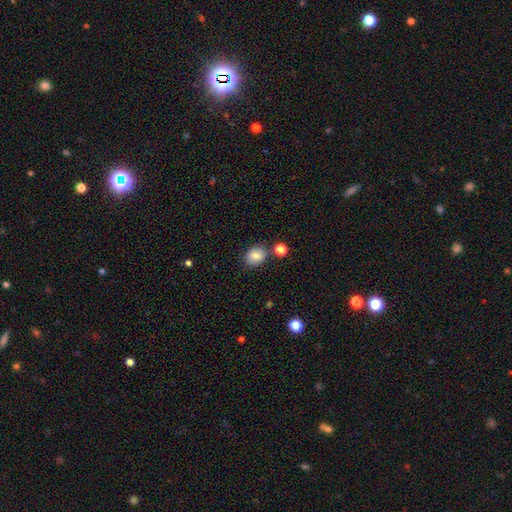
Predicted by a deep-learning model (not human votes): This is clearly a smooth galaxy (82%). How rounded: possibly round (50%). Merging: likely none (77%).